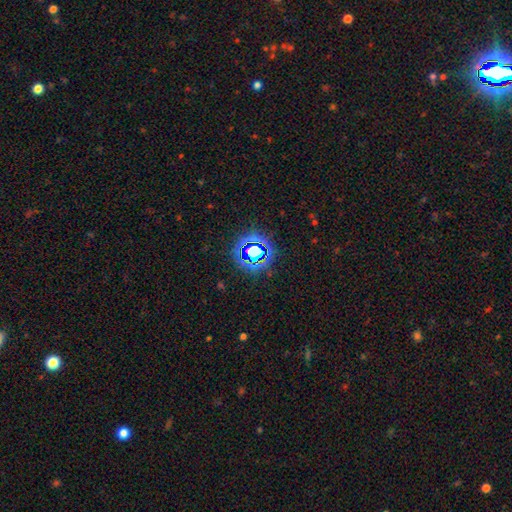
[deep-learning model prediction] star or artifact 69%, smooth 20%, featured or disk 11%.